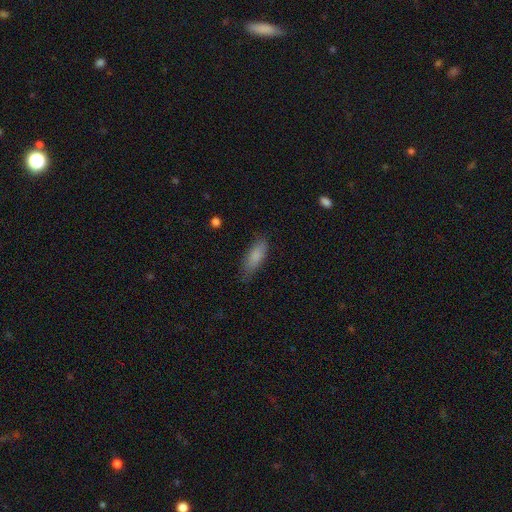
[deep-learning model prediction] smooth 84%, featured or disk 9%, star or artifact 7%. Down the decision tree: how rounded — in between (65%); merging — none (73%).